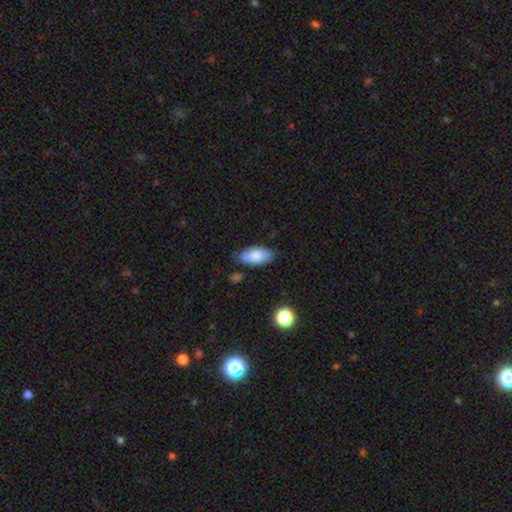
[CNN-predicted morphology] A smooth galaxy with no disk features (83%) that is in between round and cigar-shaped (91%).

Vote fractions:
- Smooth or featured? smooth: 83% / featured or disk: 10% / star or artifact: 7%
- How rounded? in between: 91% / cigar-shaped: 6% / round: 3%
- Merging? none: 78% / minor disturbance: 17% / major disturbance: 3% / merger: 2%